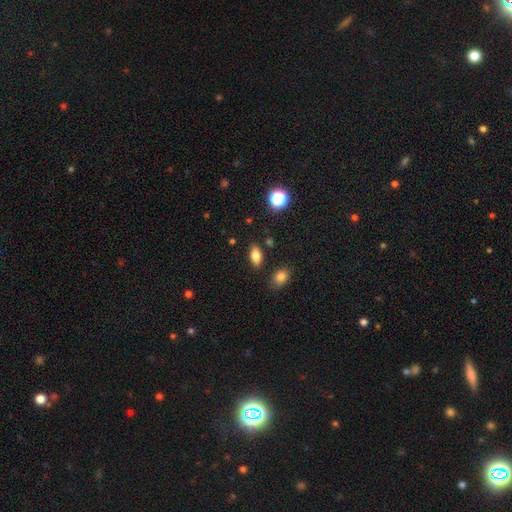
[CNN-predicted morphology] smooth_or_featured: smooth (p=0.81) [alt: star or artifact p=0.11]
how_rounded: in between (p=0.88) [alt: round p=0.06]
merging: none (p=0.85) [alt: minor disturbance p=0.09]